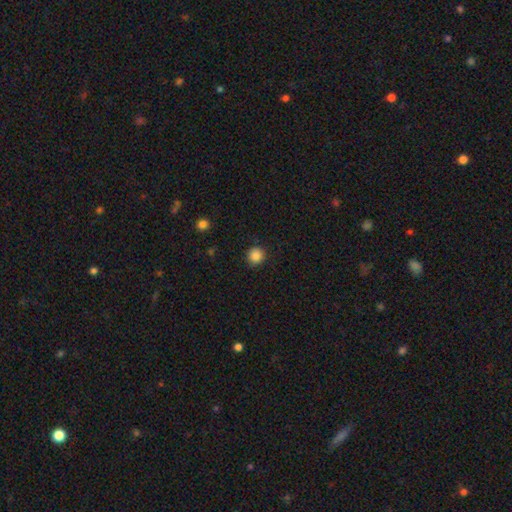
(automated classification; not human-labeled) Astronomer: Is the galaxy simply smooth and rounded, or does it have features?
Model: smooth — 86%.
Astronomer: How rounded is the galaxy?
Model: round — 92%.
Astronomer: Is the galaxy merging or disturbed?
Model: none — 89%.